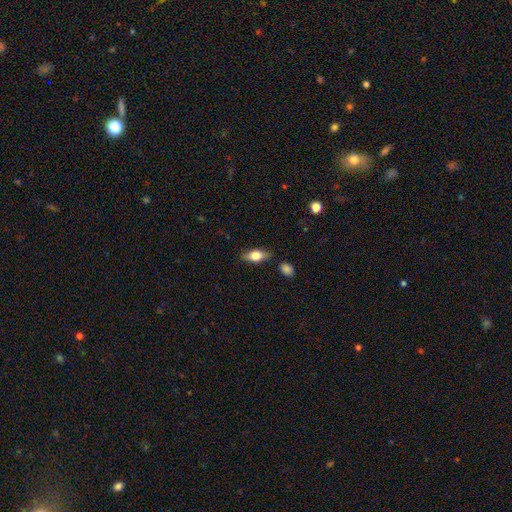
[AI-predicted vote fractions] A smooth galaxy with no disk features (68%) that is in between round and cigar-shaped (82%).

Vote fractions:
- Smooth or featured? smooth: 68% / featured or disk: 25% / star or artifact: 7%
- How rounded? in between: 82% / cigar-shaped: 13% / round: 6%
- Merging? none: 78% / minor disturbance: 15% / major disturbance: 3% / merger: 3%